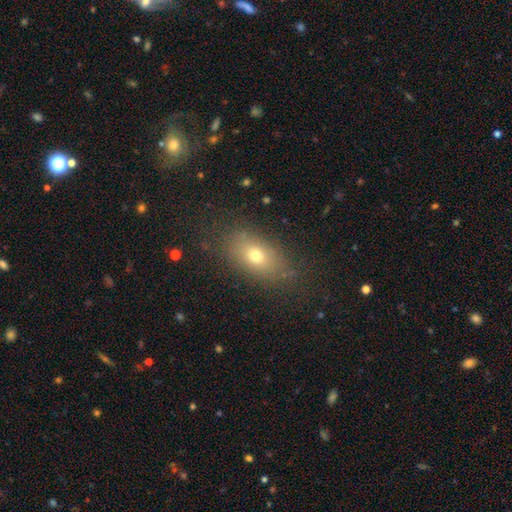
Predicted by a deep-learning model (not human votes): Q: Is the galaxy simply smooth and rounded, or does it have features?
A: smooth — 69%.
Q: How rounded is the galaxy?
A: in between — 81%.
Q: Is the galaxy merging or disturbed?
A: none — 79%.